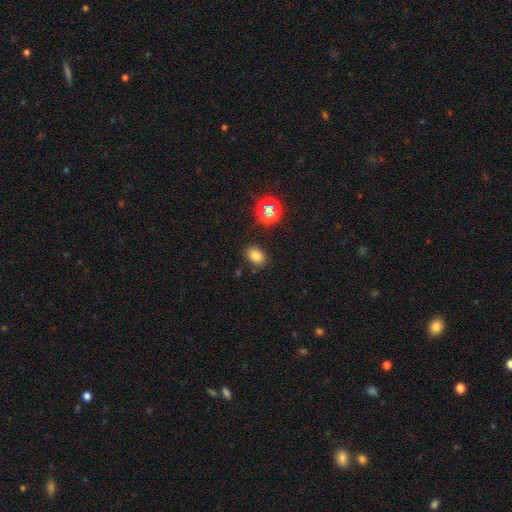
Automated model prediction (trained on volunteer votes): The model was most divided on "how rounded": in between: 75%, round: 24%, cigar-shaped: 1%. More confident: merging — none (84%); smooth or featured — smooth (76%).